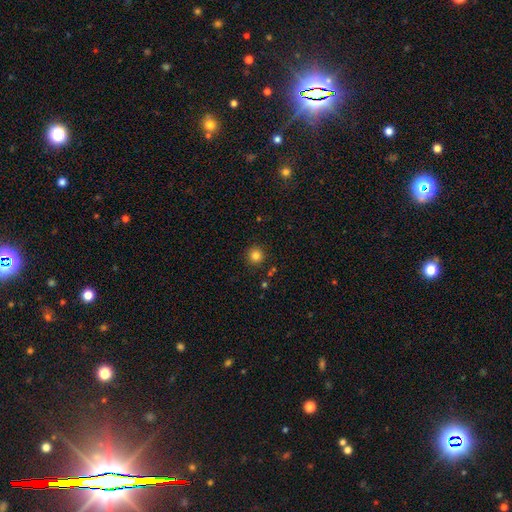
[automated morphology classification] Smooth or featured? smooth (83%)
How rounded? round (95%)
Merging? none (90%)